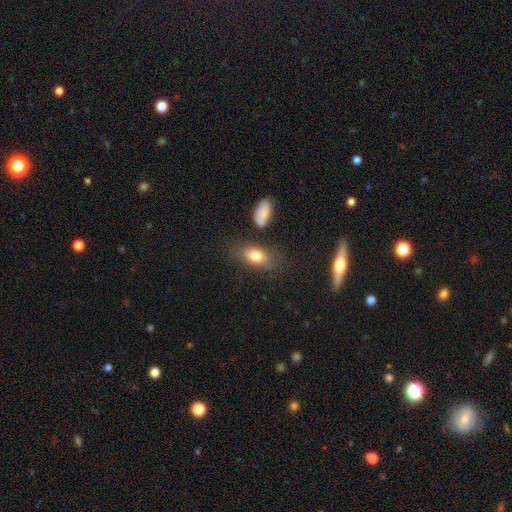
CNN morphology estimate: Smooth or featured?
  - smooth: 80% *
  - featured or disk: 11%
  - star or artifact: 9%
How rounded?
  - in between: 84% *
  - round: 11%
  - cigar-shaped: 5%
Merging?
  - none: 72% *
  - minor disturbance: 16%
  - major disturbance: 6%
  - merger: 6%